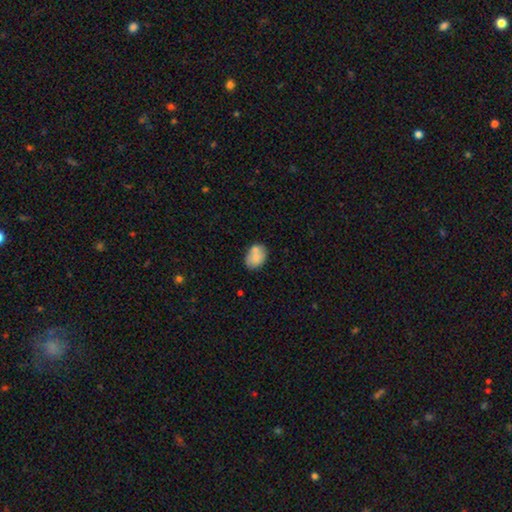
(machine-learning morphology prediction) smooth 80%, featured or disk 13%, star or artifact 8%. Down the decision tree: how rounded — in between (77%); merging — none (57%).